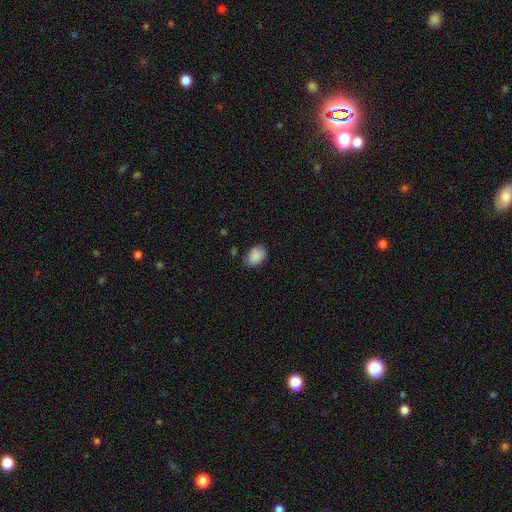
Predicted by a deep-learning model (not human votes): A smooth galaxy with no disk features (88%) that is in between round and cigar-shaped (79%). Merging: none (70%).